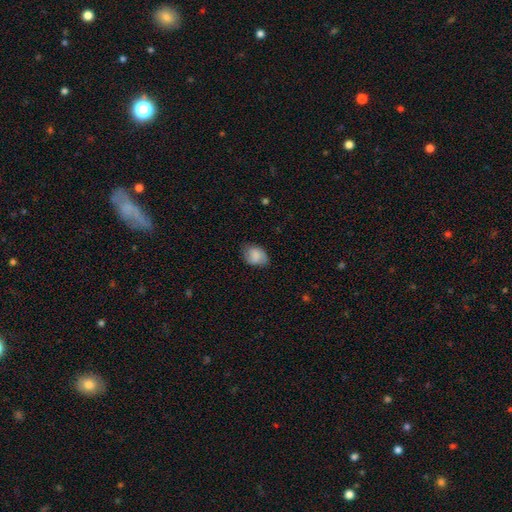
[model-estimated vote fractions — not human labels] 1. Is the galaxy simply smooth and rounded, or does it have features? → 81% smooth, 12% featured or disk, 8% star or artifact.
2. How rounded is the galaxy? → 70% in between, 29% round, 1% cigar-shaped.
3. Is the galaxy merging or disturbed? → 68% none, 25% minor disturbance, 6% major disturbance, 1% merger.